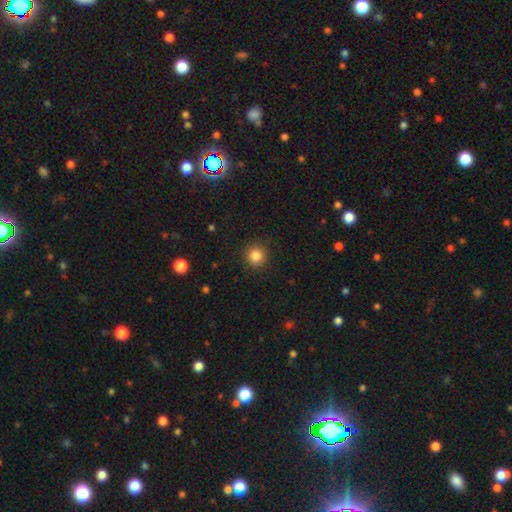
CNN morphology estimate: smooth-or-featured: smooth: 85% | star or artifact: 11% | featured or disk: 4%
  how-rounded: round: 92% | in between: 7% | cigar-shaped: 1%
  merging: none: 90% | minor disturbance: 7% | major disturbance: 2% | merger: 1%